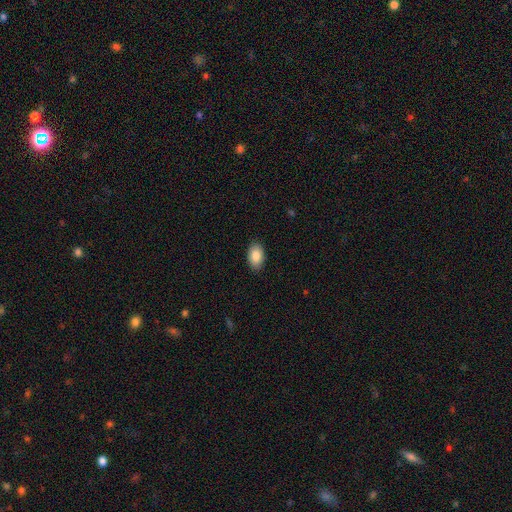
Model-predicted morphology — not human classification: Smooth or featured? smooth (86%)
How rounded? in between (92%)
Merging? none (89%)